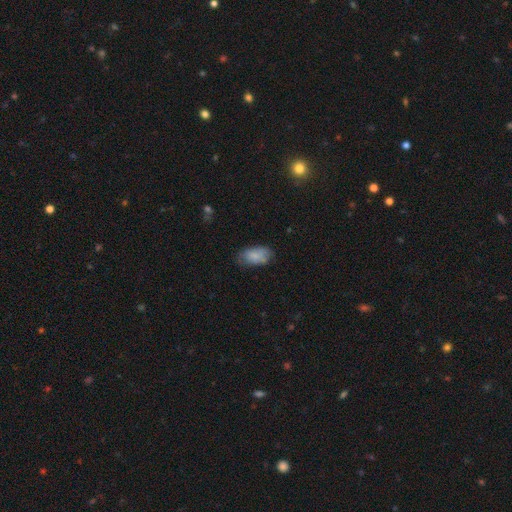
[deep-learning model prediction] Morphology: type=smooth (80%); roundness=in between (93%); merging=none (66%).